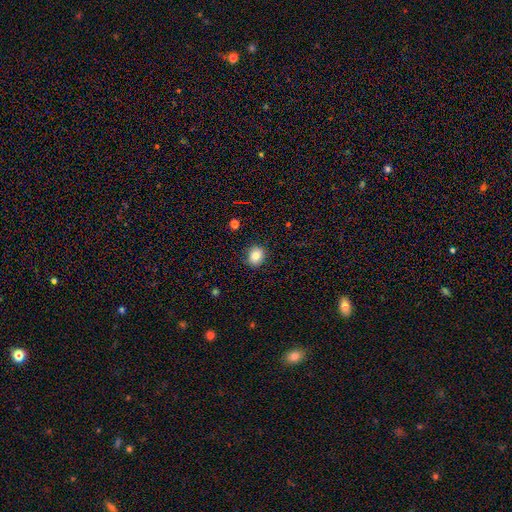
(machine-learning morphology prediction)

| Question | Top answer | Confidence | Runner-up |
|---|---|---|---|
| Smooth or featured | smooth | 81% | star or artifact (10%) |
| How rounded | round | 72% | in between (27%) |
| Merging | none | 88% | minor disturbance (9%) |